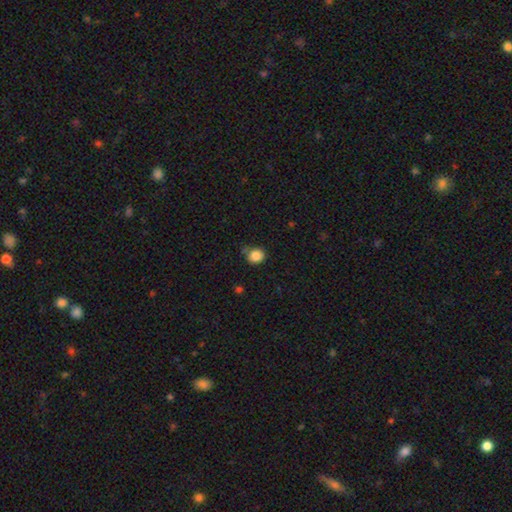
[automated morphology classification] type=smooth (85%); roundness=round (84%); merging=none (76%).